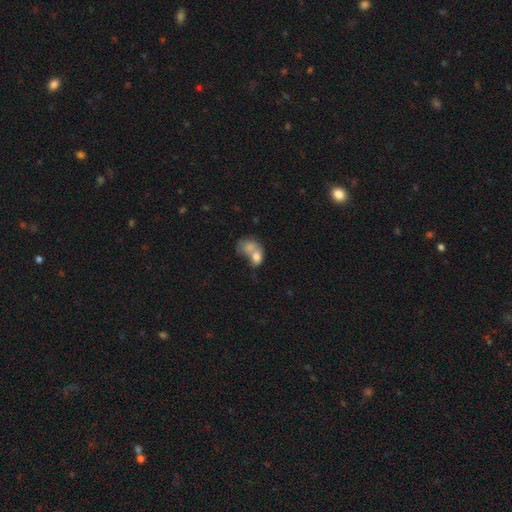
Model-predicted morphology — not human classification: The model was most divided on "how rounded": in between: 71%, round: 28%, cigar-shaped: 2%. More confident: smooth or featured — smooth (68%); merging — merger (67%).